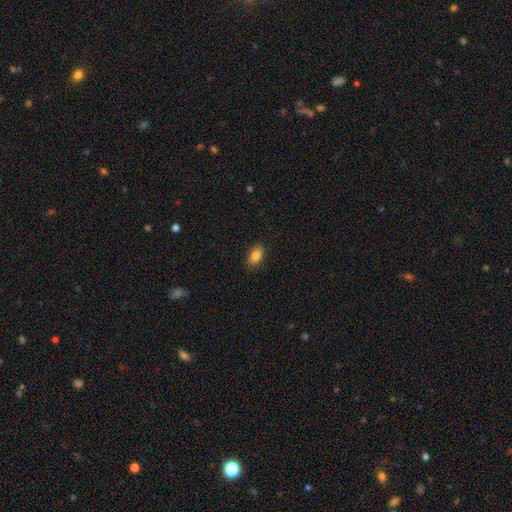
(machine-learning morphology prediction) A smooth galaxy with no disk features (84%) that is in between round and cigar-shaped (89%).

Vote fractions:
- Smooth or featured? smooth: 84% / star or artifact: 8% / featured or disk: 8%
- How rounded? in between: 89% / round: 7% / cigar-shaped: 4%
- Merging? none: 86% / minor disturbance: 10% / major disturbance: 2% / merger: 1%